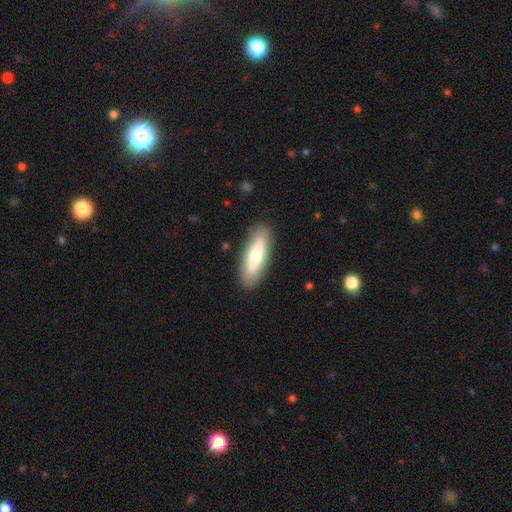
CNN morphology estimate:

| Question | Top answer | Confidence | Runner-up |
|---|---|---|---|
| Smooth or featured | smooth | 66% | featured or disk (28%) |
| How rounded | in between | 58% | cigar-shaped (40%) |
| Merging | none | 87% | minor disturbance (9%) |